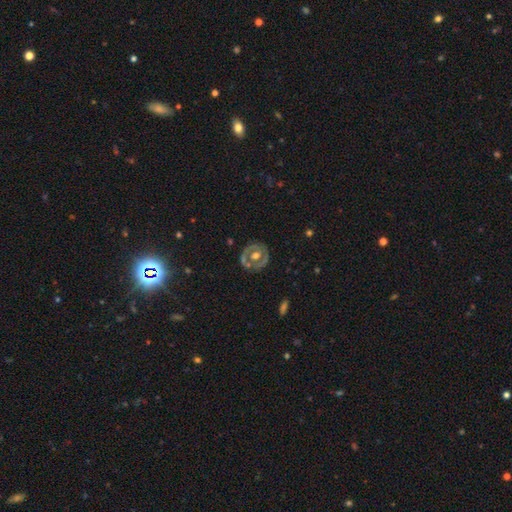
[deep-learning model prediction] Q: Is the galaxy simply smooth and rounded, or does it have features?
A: featured or disk — 64%.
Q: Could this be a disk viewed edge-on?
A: no — 95%.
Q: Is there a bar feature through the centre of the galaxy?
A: no — 77%.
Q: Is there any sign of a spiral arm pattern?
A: no — 77%.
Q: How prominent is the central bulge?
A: moderate — 68%.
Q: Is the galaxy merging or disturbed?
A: none — 76%.